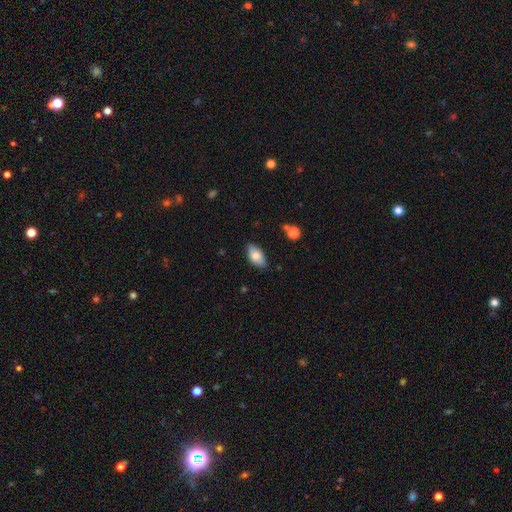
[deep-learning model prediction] Q: Smooth or featured?
A: smooth (77%); runner-up: featured or disk (16%)
Q: How rounded?
A: in between (93%); runner-up: round (4%)
Q: Merging?
A: none (80%); runner-up: minor disturbance (16%)